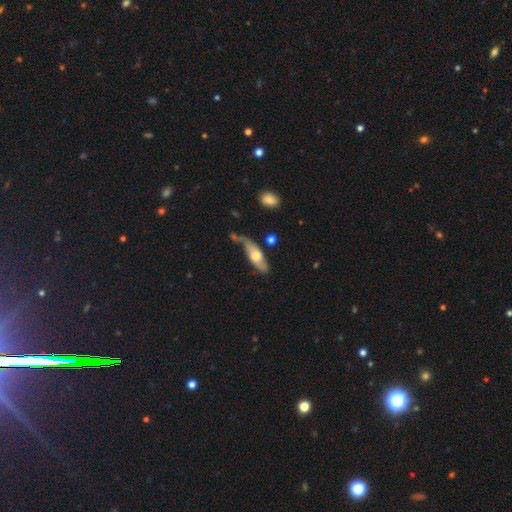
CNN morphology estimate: Smooth or featured: featured or disk — 49% (smooth — 45%)
Merging: none — 47% (minor disturbance — 28%)